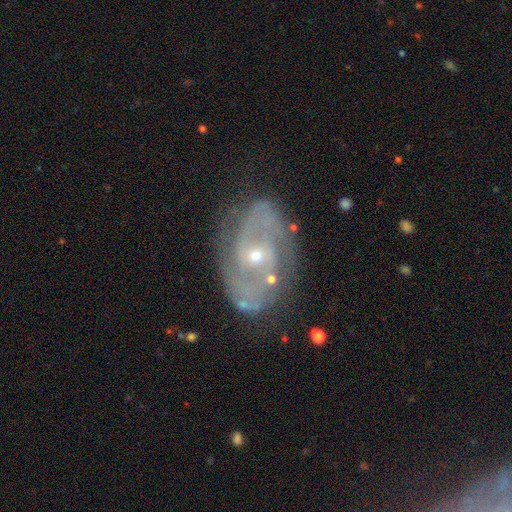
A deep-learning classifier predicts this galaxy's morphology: Smooth or featured: featured or disk — 83% (smooth — 9%)
Edge-on disk: no — 96% (yes — 4%)
Bar: no — 55% (weak — 35%)
Spiral arms: yes — 87% (no — 13%)
Spiral winding: medium — 42% (tied with tight — 42%)
Spiral arm count: 2 — 63% (can't tell — 21%)
Bulge size: small — 64% (moderate — 33%)
Merging: none — 72% (minor disturbance — 17%)